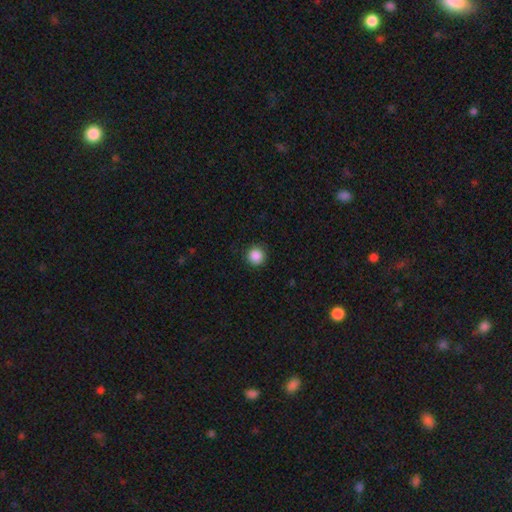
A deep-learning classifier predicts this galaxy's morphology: A smooth galaxy with no disk features (87%) that is round (96%). Merging: none (92%).